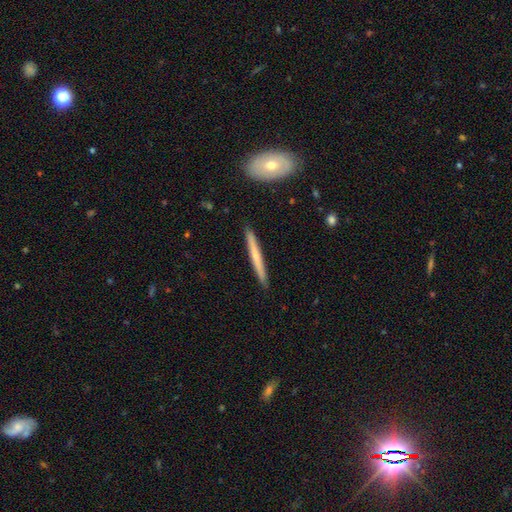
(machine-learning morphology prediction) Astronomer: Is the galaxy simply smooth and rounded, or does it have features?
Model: smooth — 48% (runner-up: featured or disk, 46%).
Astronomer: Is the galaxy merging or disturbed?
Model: none — 91%.